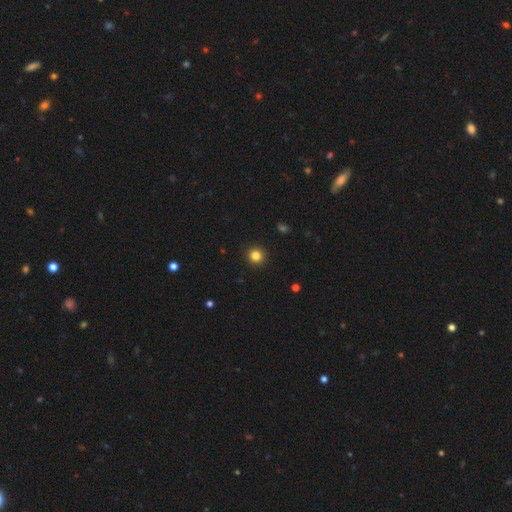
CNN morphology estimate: This appears to be a smooth galaxy with no disk features (83%) that is round (95%). Merging: none (93%).